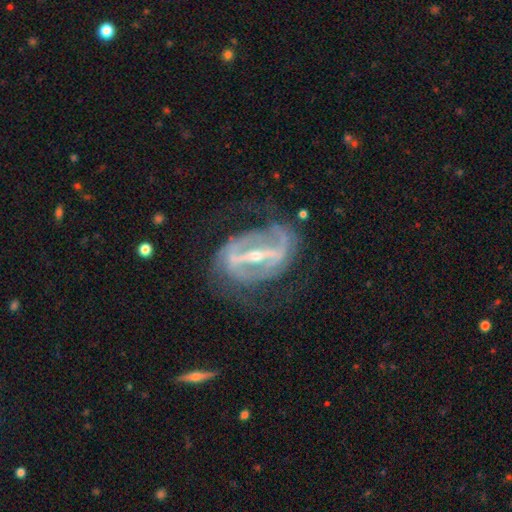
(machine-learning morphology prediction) This appears to be a featured or disk galaxy (90%) with a strong bar (83%), 2 (74%) medium (44%) spiral arms (83%) and a small central bulge (59%). Merging: none (59%).